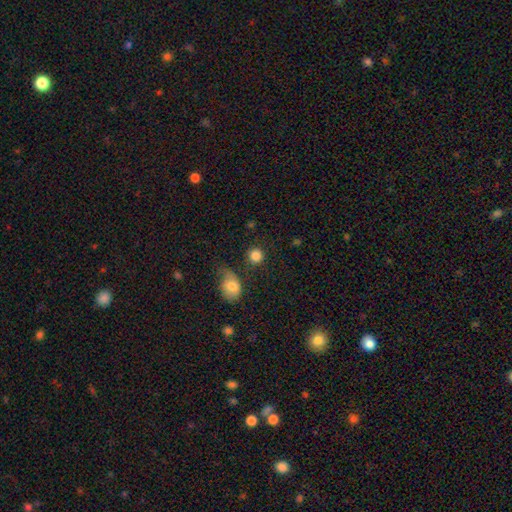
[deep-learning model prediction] Smooth or featured: smooth — 85% (star or artifact — 10%)
How rounded: round — 90% (in between — 9%)
Merging: none — 79% (minor disturbance — 10%)